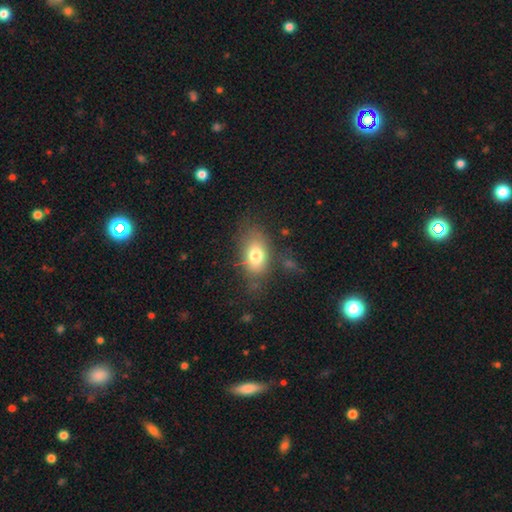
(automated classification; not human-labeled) This appears to be a smooth galaxy with no disk features (75%) that is in between round and cigar-shaped (84%). Merging: none (68%).